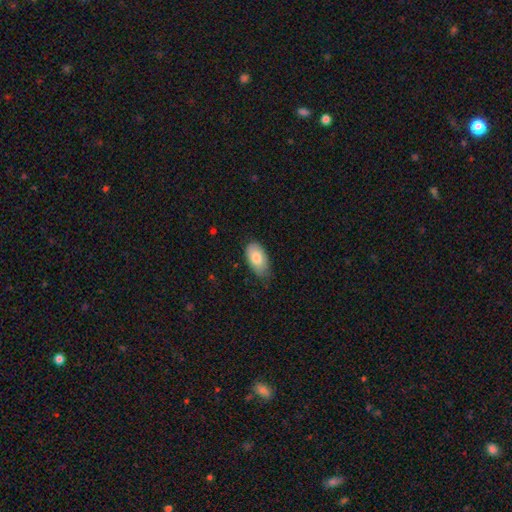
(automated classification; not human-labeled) A smooth galaxy with no disk features (80%) that is in between round and cigar-shaped (94%).

Vote fractions:
- Smooth or featured? smooth: 80% / featured or disk: 13% / star or artifact: 7%
- How rounded? in between: 94% / round: 4% / cigar-shaped: 2%
- Merging? none: 64% / minor disturbance: 31% / major disturbance: 4% / merger: 1%